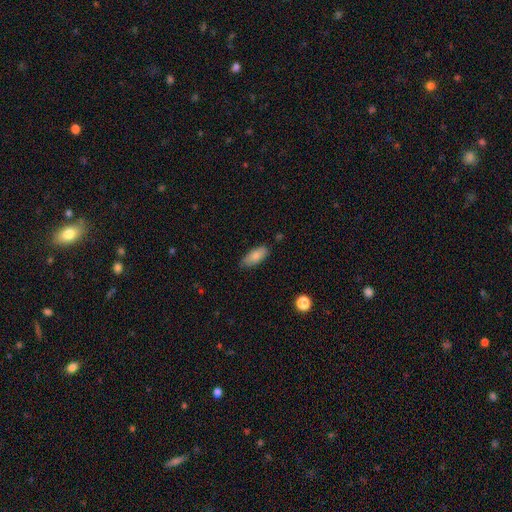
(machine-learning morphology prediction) Q: Smooth or featured?
A: smooth (83%); runner-up: featured or disk (11%)
Q: How rounded?
A: in between (85%); runner-up: cigar-shaped (12%)
Q: Merging?
A: none (80%); runner-up: minor disturbance (16%)